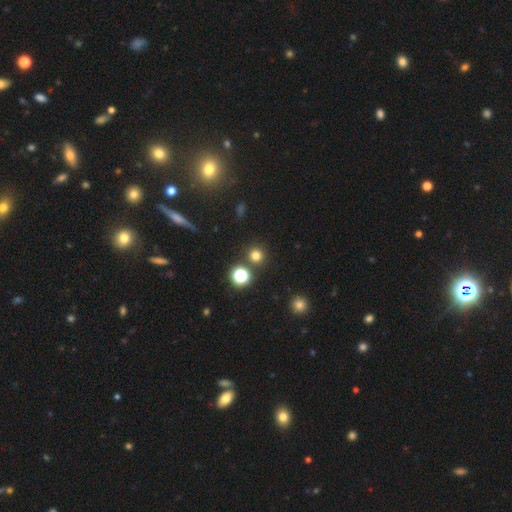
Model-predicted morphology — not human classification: This appears to be a smooth galaxy with no disk features (74%) that is round (93%). Merging: none (85%).